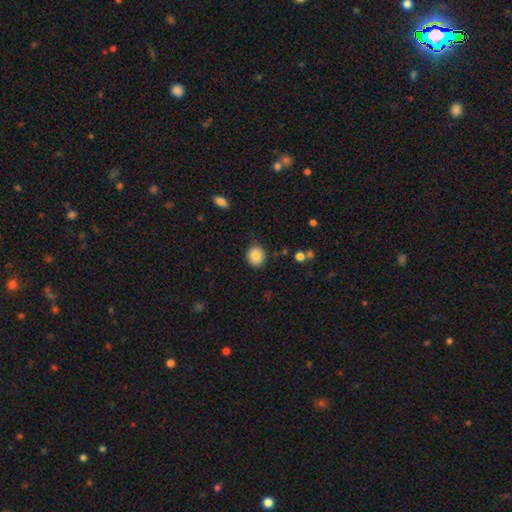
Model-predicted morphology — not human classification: Smooth or featured?
  - smooth: 86% *
  - star or artifact: 9%
  - featured or disk: 5%
How rounded?
  - round: 73% *
  - in between: 26%
  - cigar-shaped: 1%
Merging?
  - none: 84% *
  - minor disturbance: 12%
  - major disturbance: 3%
  - merger: 2%